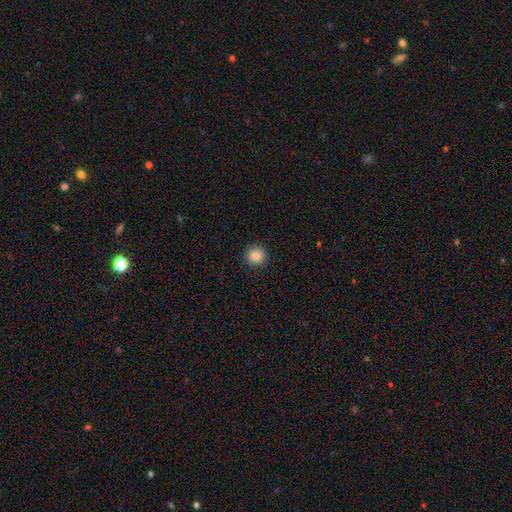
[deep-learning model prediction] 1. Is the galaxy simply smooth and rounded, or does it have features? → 84% smooth, 10% star or artifact, 5% featured or disk.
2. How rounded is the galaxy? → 94% round, 5% in between, 1% cigar-shaped.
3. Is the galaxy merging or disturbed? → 92% none, 5% minor disturbance, 2% major disturbance, 1% merger.